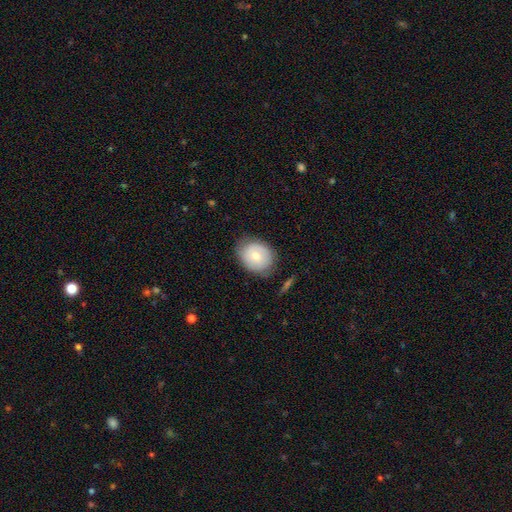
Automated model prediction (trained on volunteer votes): This is likely a smooth galaxy (67%). How rounded: possibly round (55%). Merging: likely none (73%).